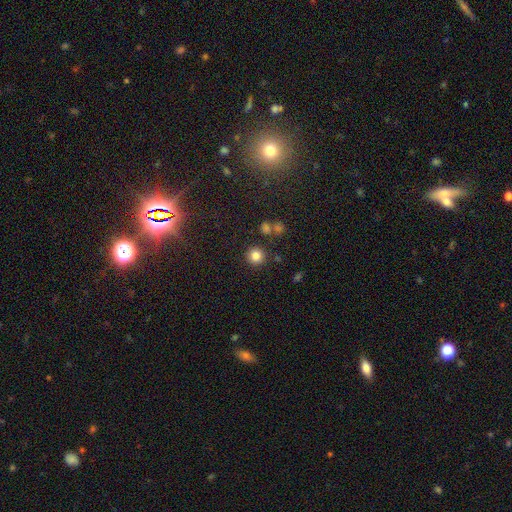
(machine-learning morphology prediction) This appears to be a smooth galaxy with no disk features (83%) that is round (93%). Merging: none (85%).